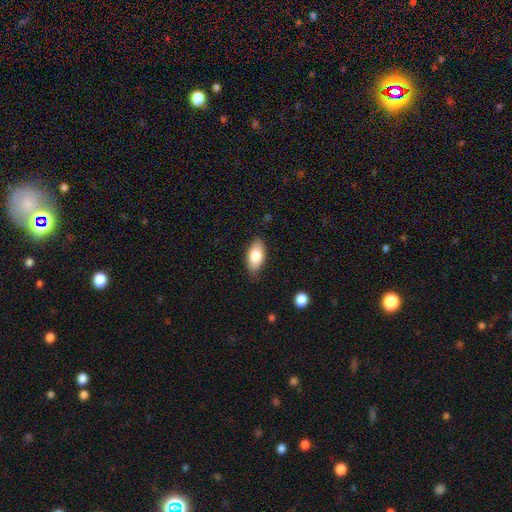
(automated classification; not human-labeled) A smooth galaxy with no disk features (81%) that is in between round and cigar-shaped (91%).

Vote fractions:
- Smooth or featured? smooth: 81% / featured or disk: 12% / star or artifact: 6%
- How rounded? in between: 91% / cigar-shaped: 6% / round: 3%
- Merging? none: 80% / minor disturbance: 16% / major disturbance: 3% / merger: 1%